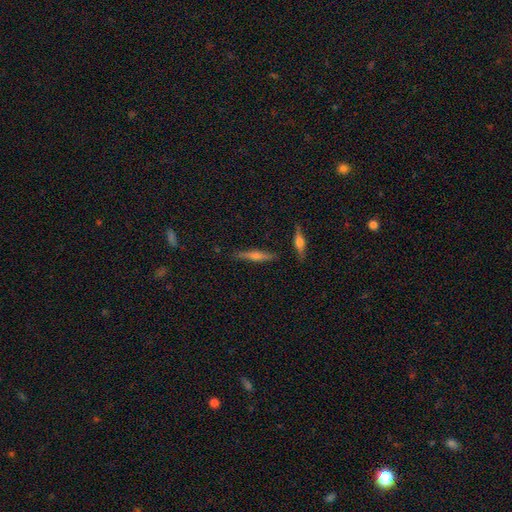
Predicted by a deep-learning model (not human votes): Overall: featured or disk (68%). Edge-on disk: yes (96%). Edge-on bulge: rounded (83%). Merging: none (85%).